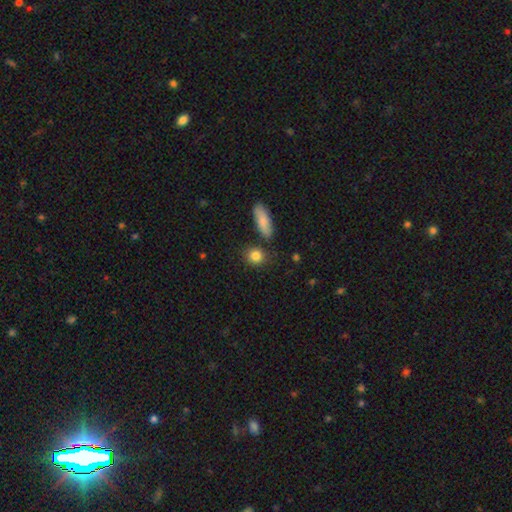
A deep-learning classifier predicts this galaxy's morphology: type=smooth (85%); roundness=round (72%); merging=none (79%).